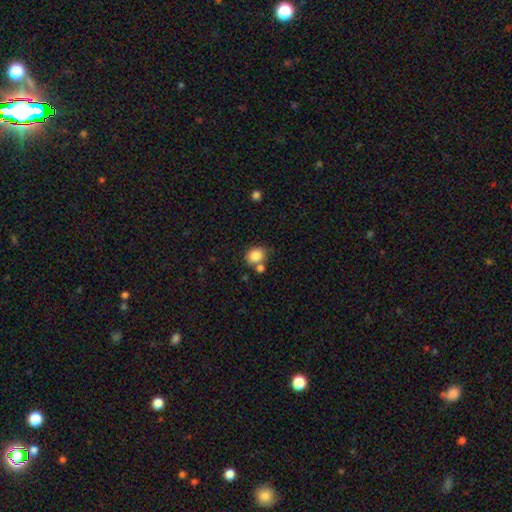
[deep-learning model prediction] smooth-or-featured: smooth: 85% | star or artifact: 9% | featured or disk: 6%
  how-rounded: round: 56% | in between: 43% | cigar-shaped: 1%
  merging: none: 61% | merger: 21% | minor disturbance: 14% | major disturbance: 4%